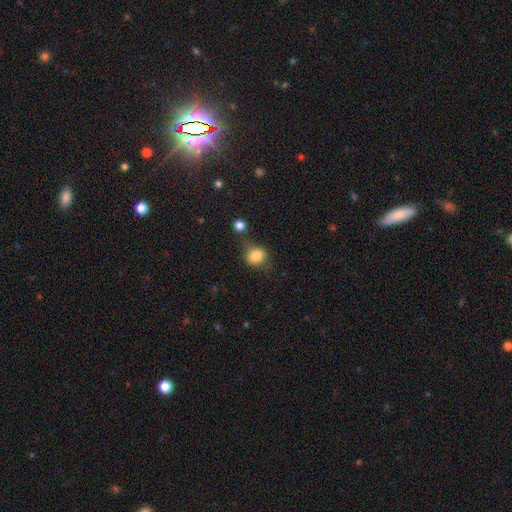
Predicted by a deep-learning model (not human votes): smooth 82%, star or artifact 11%, featured or disk 8%. Down the decision tree: how rounded — round (69%); merging — none (59%).